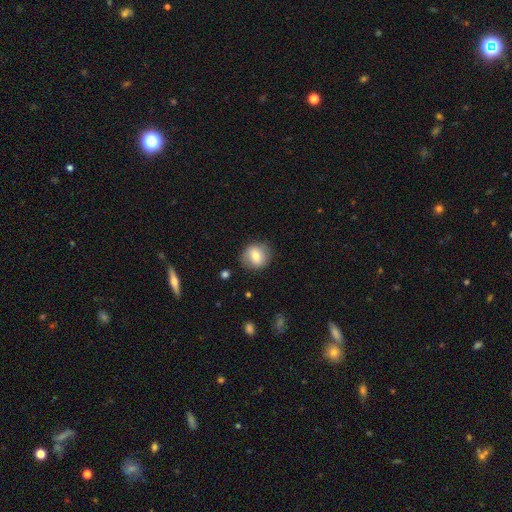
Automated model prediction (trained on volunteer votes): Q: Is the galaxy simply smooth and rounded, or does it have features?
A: smooth — 70%.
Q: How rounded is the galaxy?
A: round — 76%.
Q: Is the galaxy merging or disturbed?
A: none — 82%.